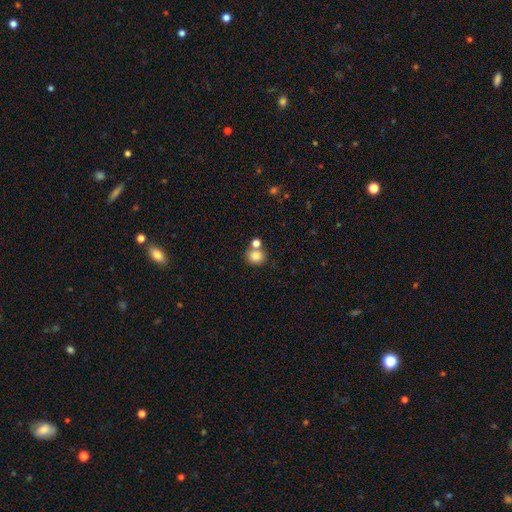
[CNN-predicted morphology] Smooth or featured? smooth (83%)
How rounded? round (82%)
Merging? none (62%)